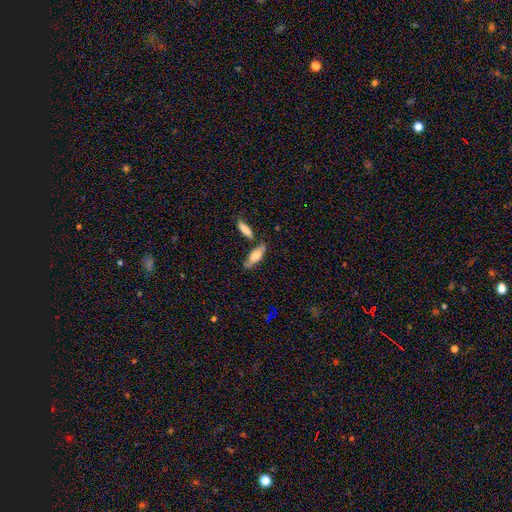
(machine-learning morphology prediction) Smooth or featured: smooth — 67% (featured or disk — 26%)
How rounded: in between — 63% (cigar-shaped — 35%)
Merging: none — 58% (minor disturbance — 20%)